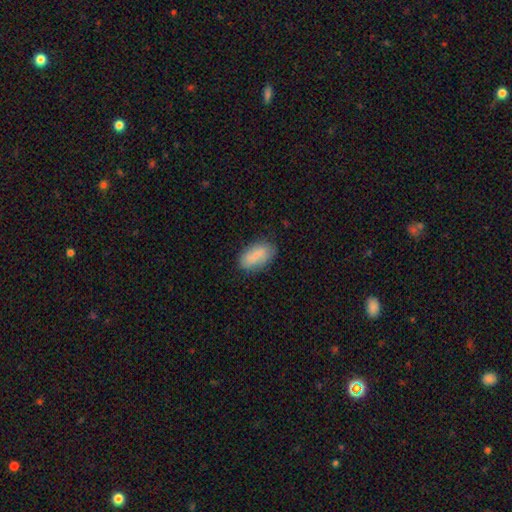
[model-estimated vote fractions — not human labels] smooth 83%, featured or disk 10%, star or artifact 7%. Down the decision tree: how rounded — in between (93%); merging — none (77%).